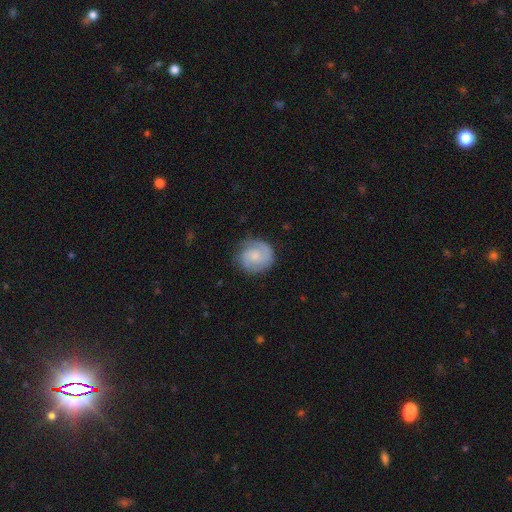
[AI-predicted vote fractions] smooth-or-featured: featured or disk: 69% | smooth: 25% | star or artifact: 6%
  disk-edge-on: no: 98% | yes: 2%
    bar: no: 64% | weak: 32% | strong: 4%
    has-spiral-arms: yes: 95% | no: 5%
      spiral-winding: tight: 50% | medium: 39% | loose: 11%
      spiral-arm-count: 2: 70% | can't tell: 12% | 3: 8% | 1: 7% | 4: 2% | more than 4: 2%
    bulge-size: small: 55% | moderate: 30% | none: 12% | large: 2% | dominant: 1%
  merging: none: 78% | minor disturbance: 16% | major disturbance: 5% | merger: 1%